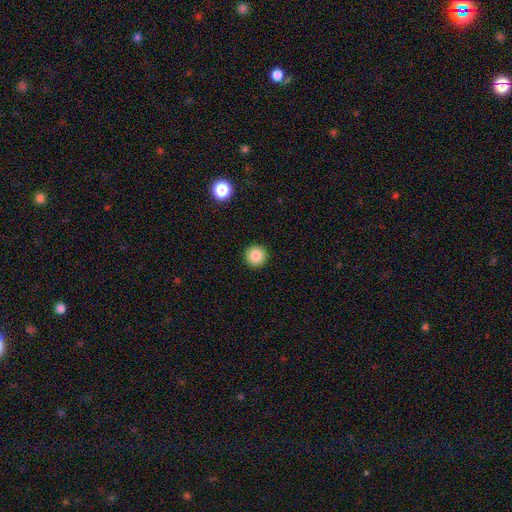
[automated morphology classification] This is clearly a smooth galaxy (86%). How rounded: clearly round (96%). Merging: clearly none (93%).